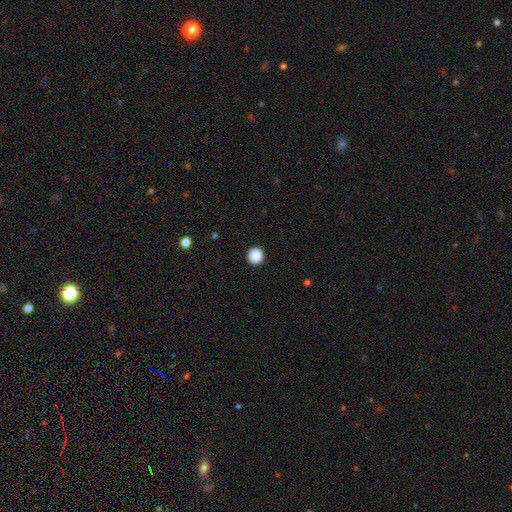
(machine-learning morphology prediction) Q: Smooth or featured?
A: smooth (89%); runner-up: star or artifact (9%)
Q: How rounded?
A: round (94%); runner-up: in between (5%)
Q: Merging?
A: none (93%); runner-up: minor disturbance (4%)